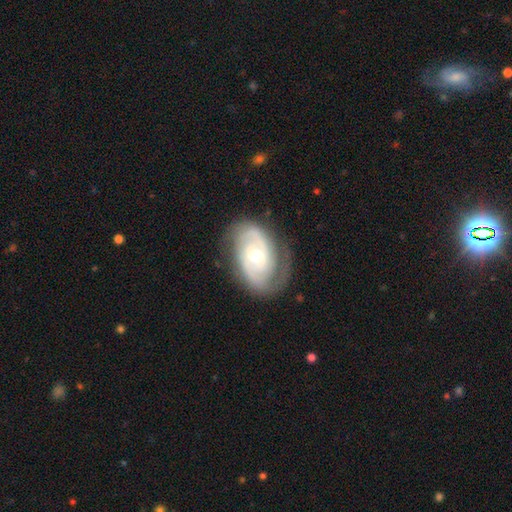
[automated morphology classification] This is clearly a featured or disk galaxy (85%). It is clearly not viewed edge-on (96%). Bar: possibly no (60%). Spiral arm pattern: clearly yes (95%). Spiral arm count: likely 2 (70%). Spiral winding: possibly tight (55%). Central bulge: likely moderate (63%). Merging: likely none (73%).